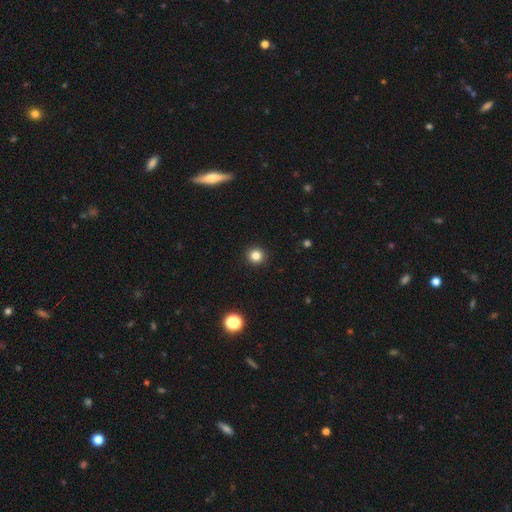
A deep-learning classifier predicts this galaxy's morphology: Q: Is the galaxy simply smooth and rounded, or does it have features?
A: smooth — 83%.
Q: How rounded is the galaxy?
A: round — 93%.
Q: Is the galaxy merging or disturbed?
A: none — 93%.